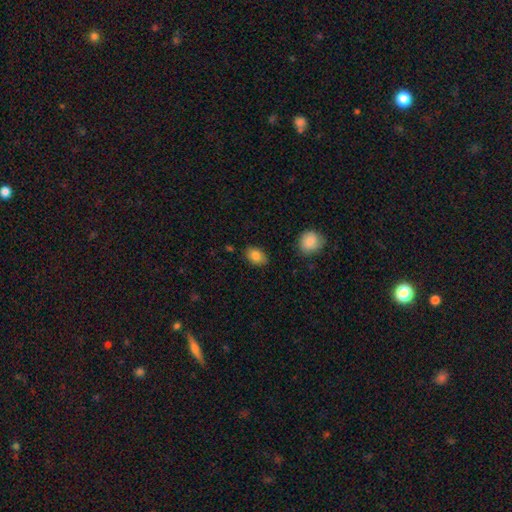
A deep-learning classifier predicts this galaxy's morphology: smooth_or_featured: smooth (p=0.84) [alt: star or artifact p=0.08]
how_rounded: in between (p=0.82) [alt: round p=0.17]
merging: none (p=0.84) [alt: minor disturbance p=0.12]